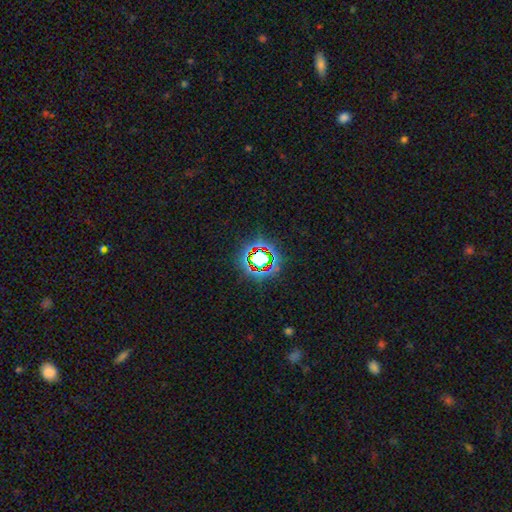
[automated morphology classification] Overall: star or artifact (71%).